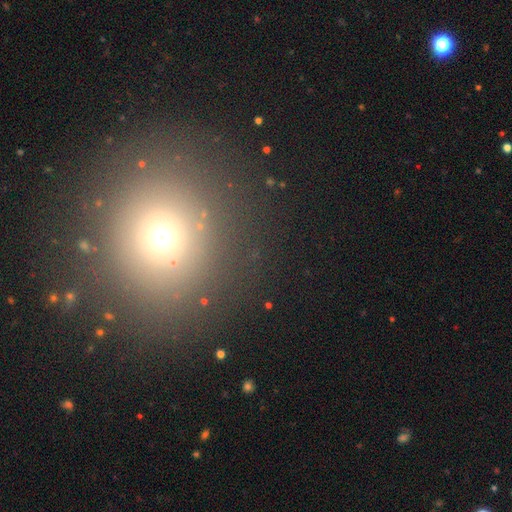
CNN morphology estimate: This is possibly a smooth galaxy (56%). How rounded: clearly round (88%). Merging: clearly none (84%).